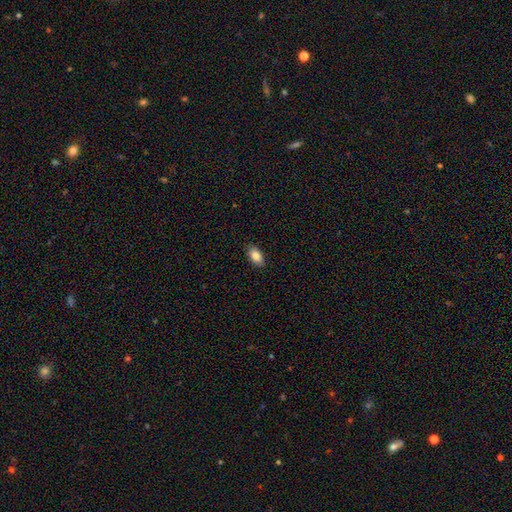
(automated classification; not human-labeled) Overall: smooth (86%). How rounded: in between (92%). Merging: none (88%).